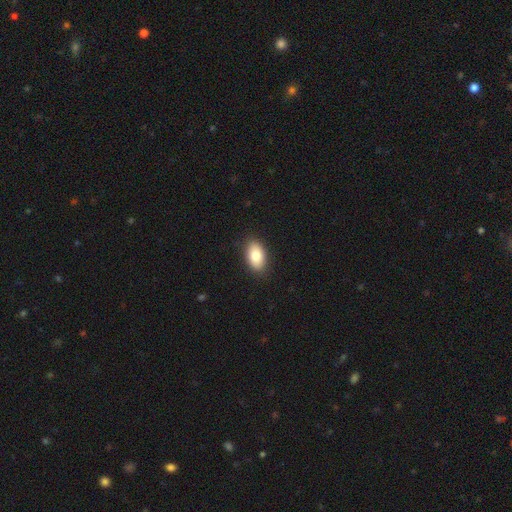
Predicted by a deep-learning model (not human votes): smooth_or_featured: smooth (p=0.82) [alt: featured or disk p=0.11]
how_rounded: in between (p=0.92) [alt: round p=0.06]
merging: none (p=0.88) [alt: minor disturbance p=0.09]